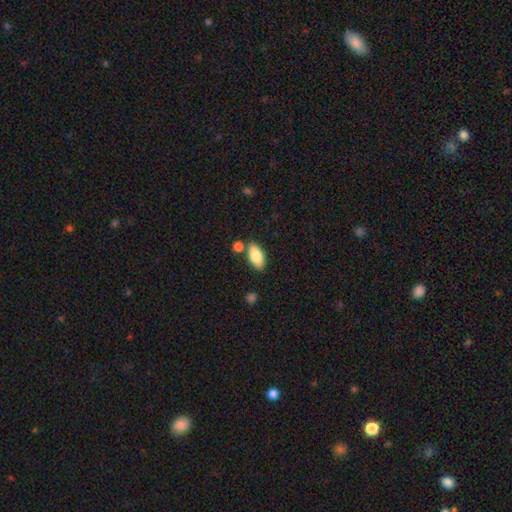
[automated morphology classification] A smooth galaxy with no disk features (82%) that is in between round and cigar-shaped (90%).

Vote fractions:
- Smooth or featured? smooth: 82% / featured or disk: 11% / star or artifact: 7%
- How rounded? in between: 90% / cigar-shaped: 7% / round: 3%
- Merging? none: 77% / minor disturbance: 12% / merger: 9% / major disturbance: 3%